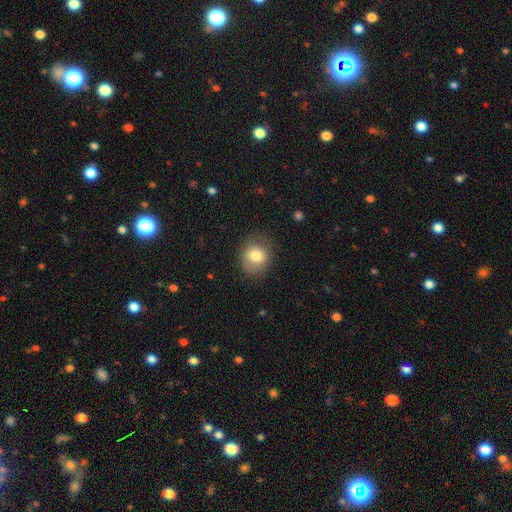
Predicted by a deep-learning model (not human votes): smooth_or_featured: smooth (p=0.78) [alt: featured or disk p=0.13]
how_rounded: round (p=0.69) [alt: in between p=0.31]
merging: none (p=0.79) [alt: minor disturbance p=0.15]